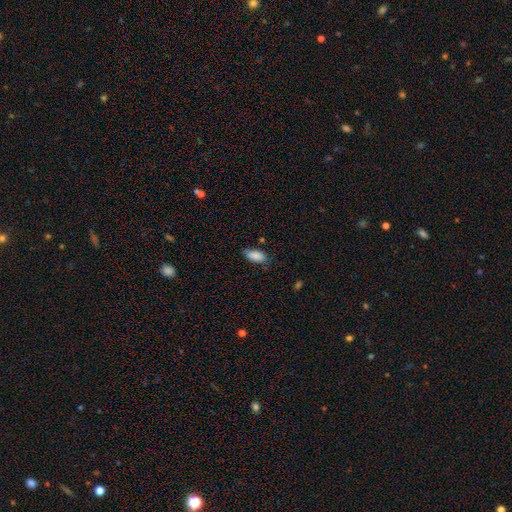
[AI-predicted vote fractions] This appears to be a smooth galaxy with no disk features (88%) that is in between round and cigar-shaped (90%). Merging: none (72%).